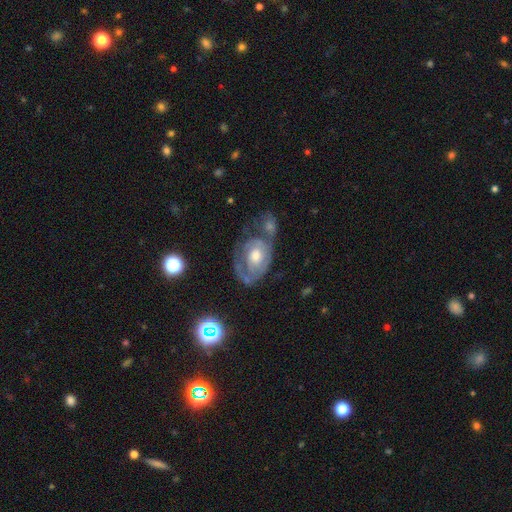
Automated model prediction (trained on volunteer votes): Smooth or featured: featured or disk — 73% (smooth — 20%)
Edge-on disk: no — 96% (yes — 4%)
Bar: no — 76% (weak — 20%)
Spiral arms: yes — 70% (no — 30%)
Bulge size: moderate — 62% (large — 19%)
Merging: none — 38% (minor disturbance — 22%)